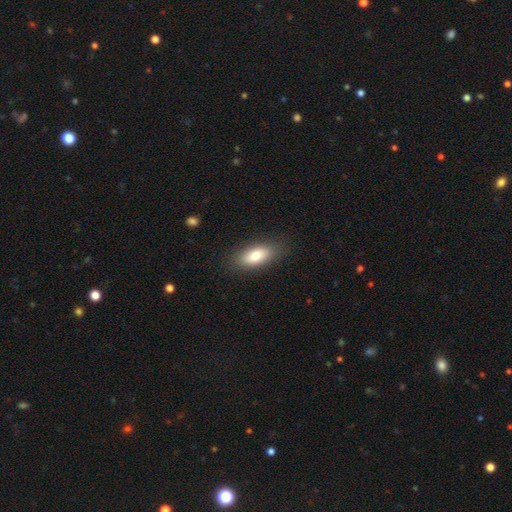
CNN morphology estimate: Smooth or featured?
  - smooth: 80% *
  - featured or disk: 13%
  - star or artifact: 7%
How rounded?
  - in between: 83% *
  - cigar-shaped: 14%
  - round: 3%
Merging?
  - none: 83% *
  - minor disturbance: 12%
  - major disturbance: 3%
  - merger: 1%